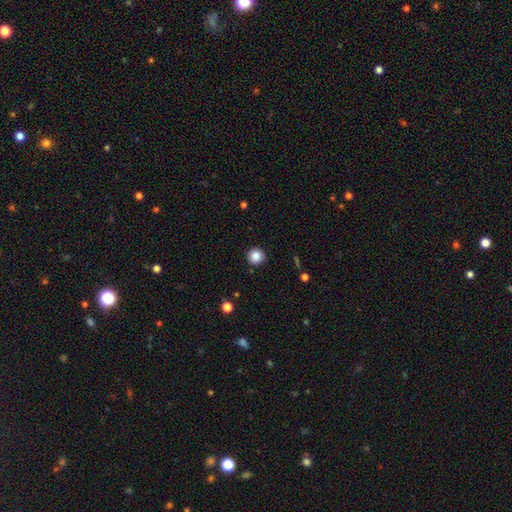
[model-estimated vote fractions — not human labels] Smooth or featured?
  - smooth: 85% *
  - star or artifact: 10%
  - featured or disk: 5%
How rounded?
  - round: 95% *
  - in between: 4%
  - cigar-shaped: 1%
Merging?
  - none: 92% *
  - minor disturbance: 5%
  - major disturbance: 2%
  - merger: 1%